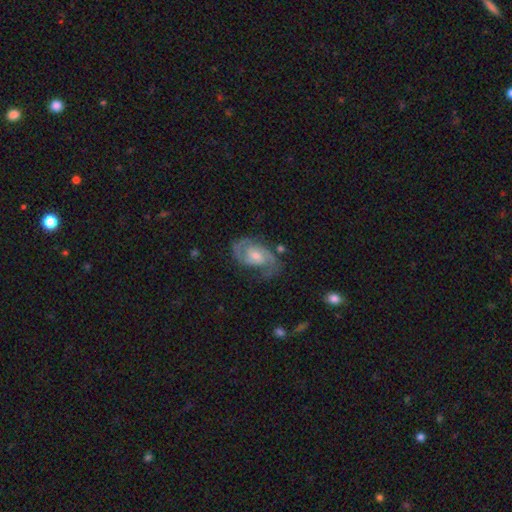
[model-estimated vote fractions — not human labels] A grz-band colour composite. It shows a featured or disk galaxy (85%) with no bar (46%), 2 (87%) medium (51%) spiral arms (96%) and a moderate central bulge (48%). Merging: none (69%).